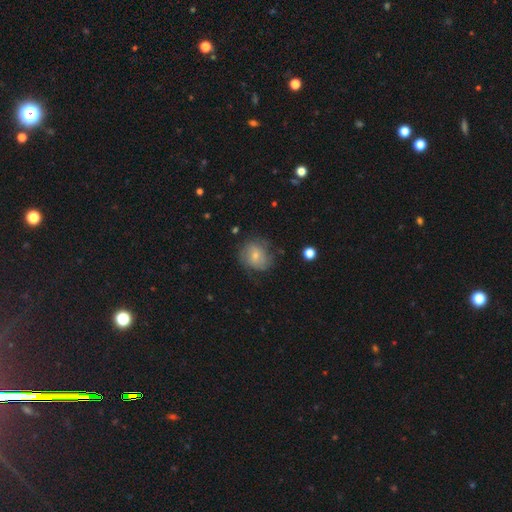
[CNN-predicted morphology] type=smooth (60%); roundness=round (71%); merging=none (61%).